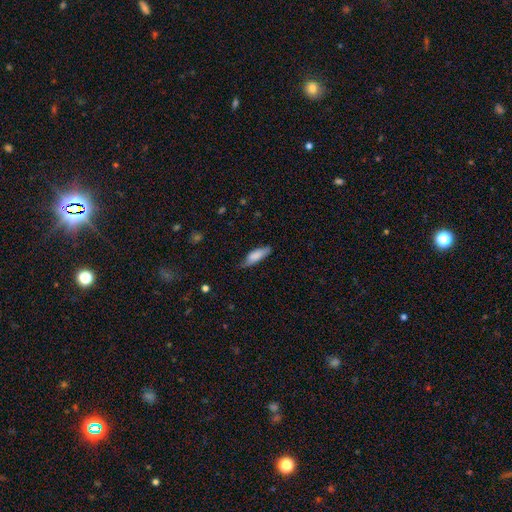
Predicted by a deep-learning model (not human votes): Morphology: type=smooth (79%); roundness=in between (56%); merging=none (64%).